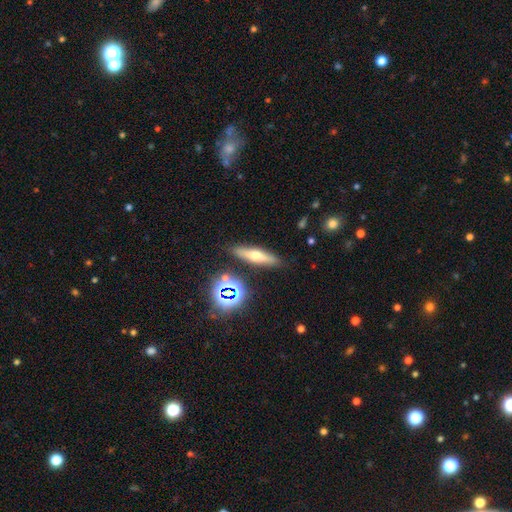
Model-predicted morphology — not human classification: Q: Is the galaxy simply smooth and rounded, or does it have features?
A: featured or disk — 44%.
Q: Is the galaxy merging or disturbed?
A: none — 86%.